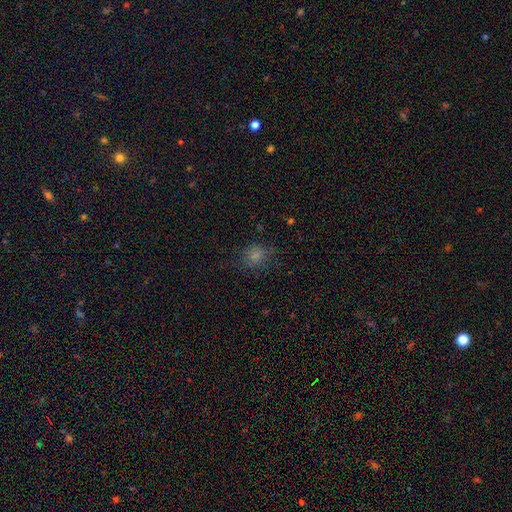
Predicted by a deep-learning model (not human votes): Morphology: type=smooth (72%); roundness=round (49%, tied with in between); merging=none (69%).